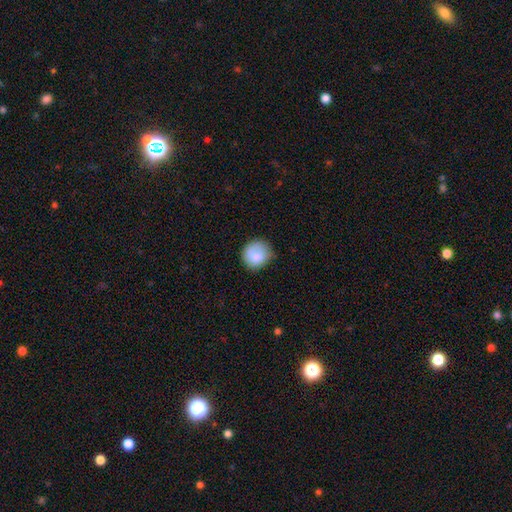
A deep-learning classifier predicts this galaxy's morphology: Smooth or featured? smooth (78%)
How rounded? round (82%)
Merging? none (66%)